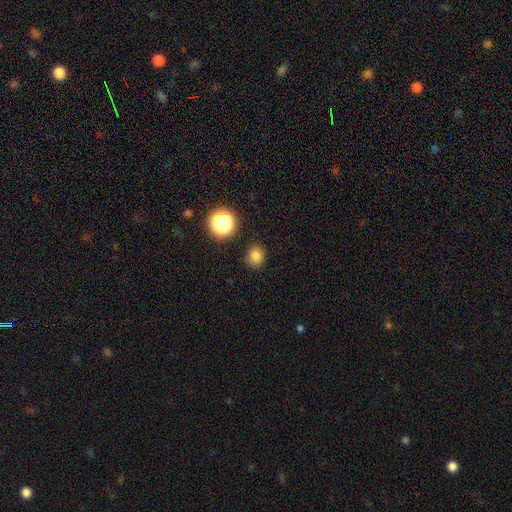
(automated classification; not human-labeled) smooth 80%, star or artifact 15%, featured or disk 5%. Down the decision tree: how rounded — round (74%); merging — none (85%).